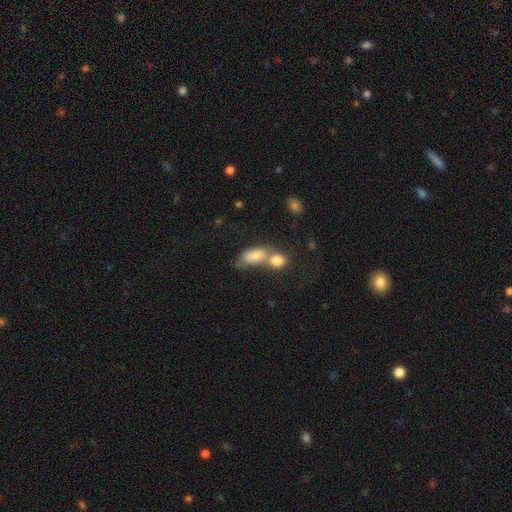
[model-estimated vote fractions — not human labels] Q: Smooth or featured?
A: smooth (73%); runner-up: featured or disk (17%)
Q: How rounded?
A: in between (80%); runner-up: round (11%)
Q: Merging?
A: merger (59%); runner-up: none (24%)